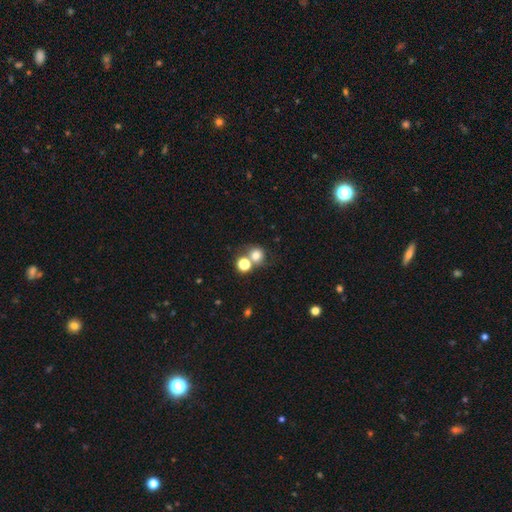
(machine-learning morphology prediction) A smooth galaxy with no disk features (75%) that is round (85%).

Vote fractions:
- Smooth or featured? smooth: 75% / star or artifact: 15% / featured or disk: 10%
- How rounded? round: 85% / in between: 14% / cigar-shaped: 1%
- Merging? none: 54% / merger: 32% / minor disturbance: 9% / major disturbance: 5%